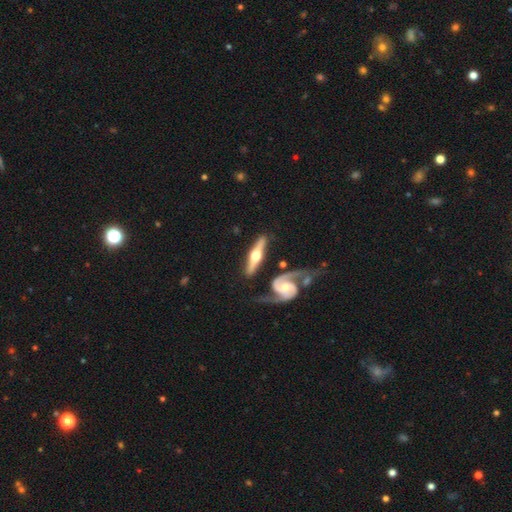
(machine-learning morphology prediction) type=featured or disk (77%); edge-on=yes (86%); edge-on bulge=rounded (95%); merging=none (70%).